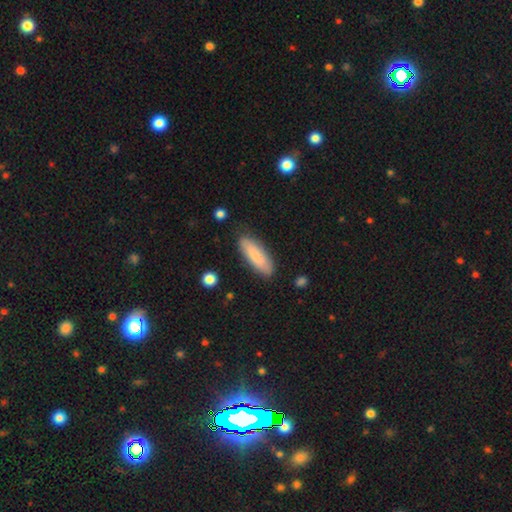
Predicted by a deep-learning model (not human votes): Smooth or featured? Predicted: smooth (p=0.78). How rounded? Predicted: in between (p=0.55). Merging? Predicted: none (p=0.84).